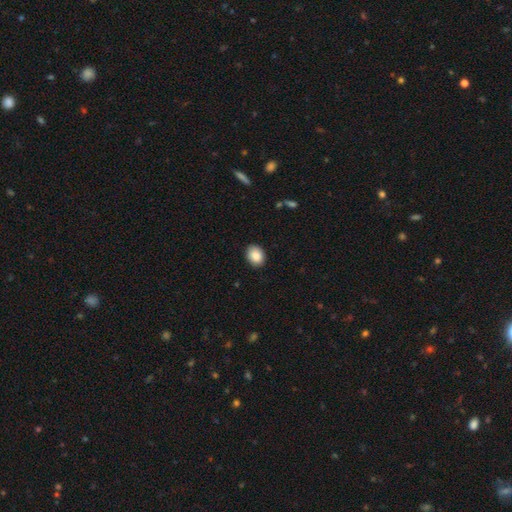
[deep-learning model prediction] A smooth galaxy with no disk features (88%) that is in between round and cigar-shaped (58%). Merging: none (90%).